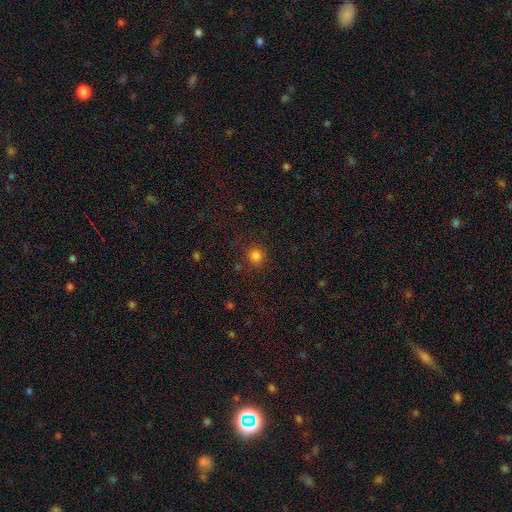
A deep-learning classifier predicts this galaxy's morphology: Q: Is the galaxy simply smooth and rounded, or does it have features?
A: smooth — 82%.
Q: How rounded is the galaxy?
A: round — 89%.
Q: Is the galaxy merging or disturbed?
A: none — 86%.